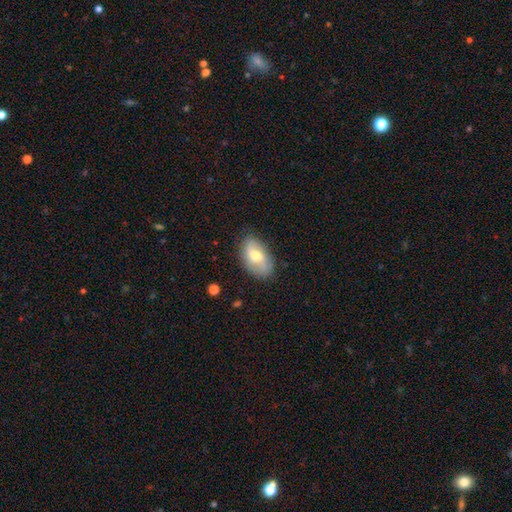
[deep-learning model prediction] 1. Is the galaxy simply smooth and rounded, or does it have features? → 48% featured or disk, 46% smooth, 7% star or artifact.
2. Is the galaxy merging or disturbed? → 76% none, 18% minor disturbance, 5% major disturbance, 2% merger.